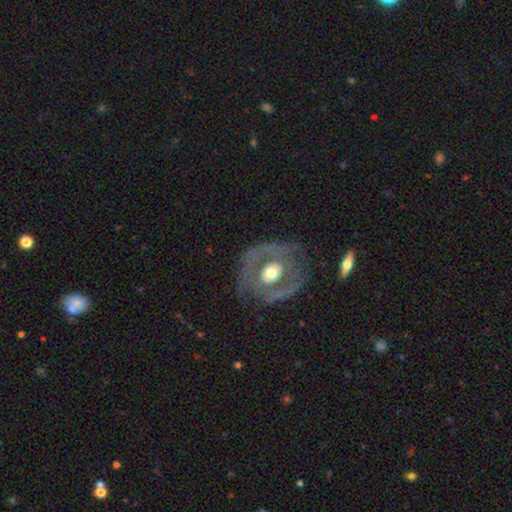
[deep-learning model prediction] Overall: featured or disk (72%). Edge-on disk: no (94%). Bar: no (52%; weak 30%). Spiral arms: no (54%; yes 46%). Bulge size: moderate (70%). Merging: none (75%).